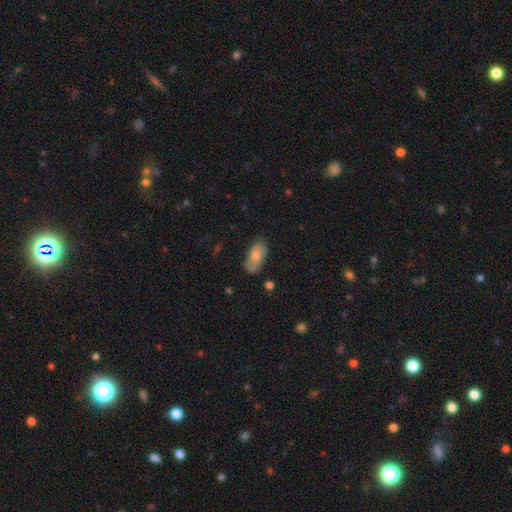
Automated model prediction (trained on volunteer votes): A smooth galaxy with no disk features (73%) that is in between round and cigar-shaped (92%). Merging: none (69%).